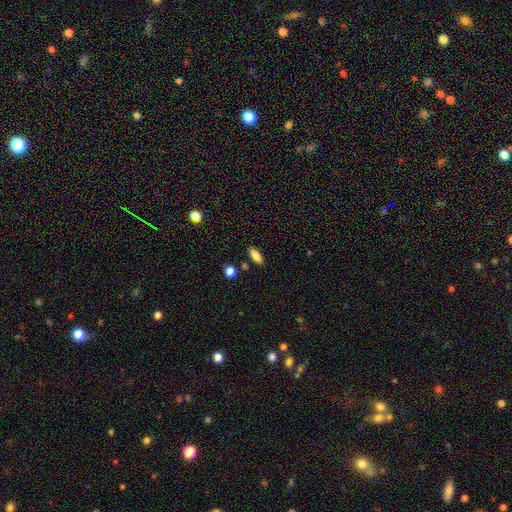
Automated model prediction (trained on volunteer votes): smooth-or-featured: smooth: 79% | featured or disk: 13% | star or artifact: 8%
  how-rounded: in between: 76% | cigar-shaped: 21% | round: 3%
  merging: none: 85% | minor disturbance: 9% | merger: 3% | major disturbance: 2%